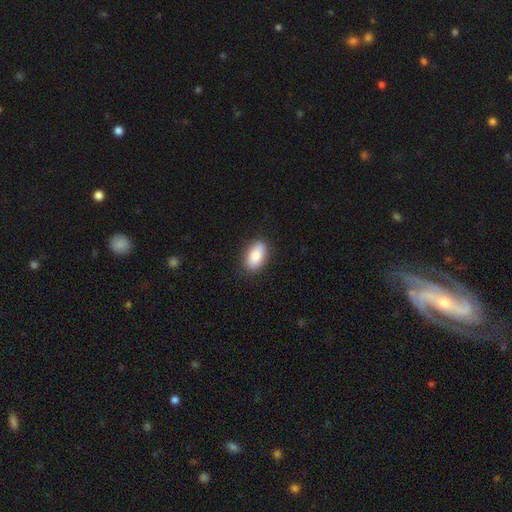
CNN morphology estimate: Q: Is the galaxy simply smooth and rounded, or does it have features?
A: smooth — 86%.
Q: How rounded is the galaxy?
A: in between — 91%.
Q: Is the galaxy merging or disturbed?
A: none — 86%.